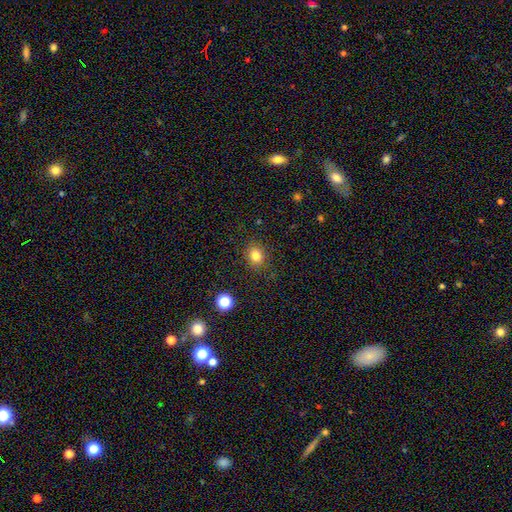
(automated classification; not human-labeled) Smooth or featured? Predicted: smooth (p=0.81). How rounded? Predicted: round (p=0.65). Merging? Predicted: none (p=0.87).